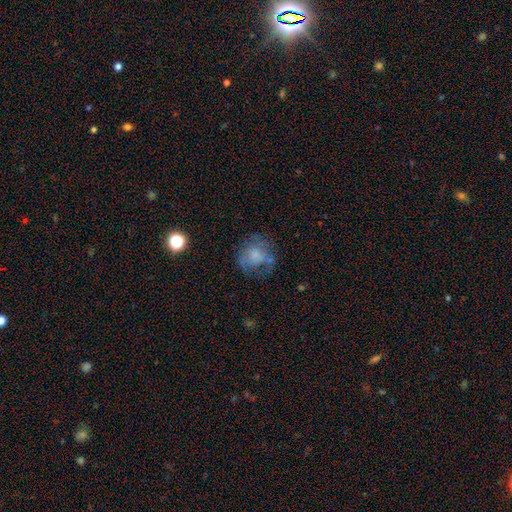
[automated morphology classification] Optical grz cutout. It shows a smooth galaxy with no disk features (56%) that is round (78%). Merging: none (50%).